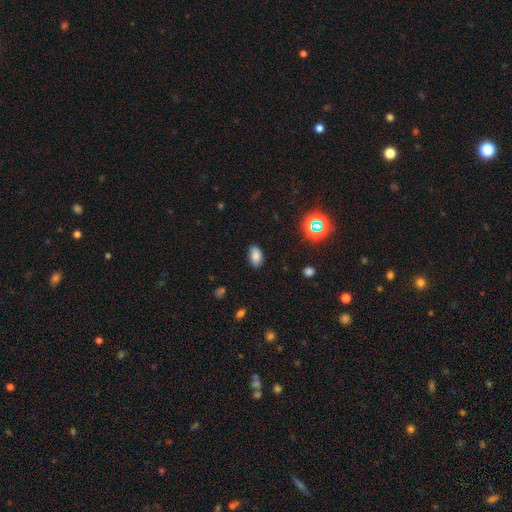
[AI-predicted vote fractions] A smooth galaxy with no disk features (81%) that is in between round and cigar-shaped (91%). Merging: none (83%).